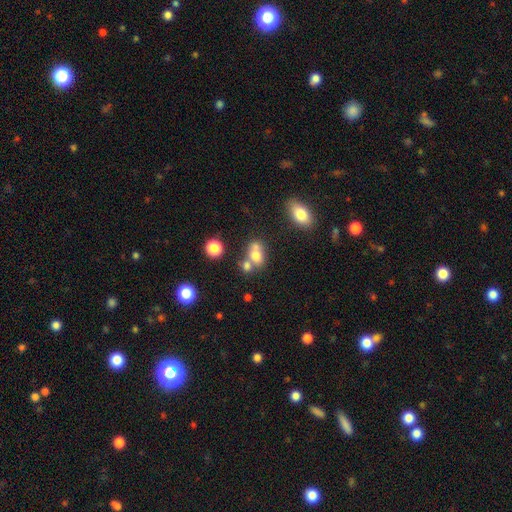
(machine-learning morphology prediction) A smooth galaxy with no disk features (69%) that is in between round and cigar-shaped (59%).

Vote fractions:
- Smooth or featured? smooth: 69% / featured or disk: 18% / star or artifact: 13%
- How rounded? in between: 59% / round: 38% / cigar-shaped: 2%
- Merging? merger: 51% / none: 32% / minor disturbance: 11% / major disturbance: 6%